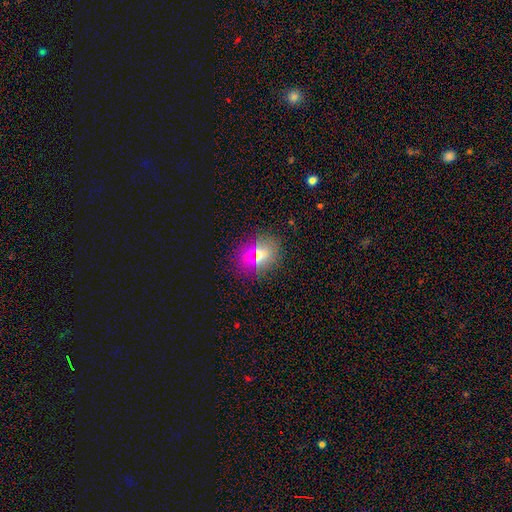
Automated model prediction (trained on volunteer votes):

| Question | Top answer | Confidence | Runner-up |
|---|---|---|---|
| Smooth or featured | smooth | 62% | star or artifact (20%) |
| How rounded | round | 58% | in between (39%) |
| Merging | none | 85% | minor disturbance (9%) |